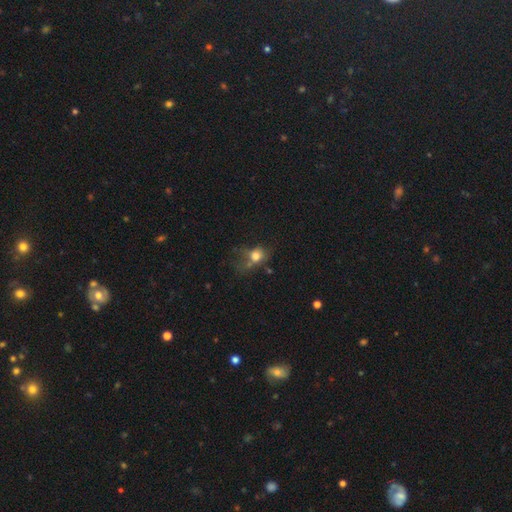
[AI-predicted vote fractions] This appears to be a smooth galaxy with no disk features (69%) that is round (59%). Merging: major disturbance (33%, tied with none).